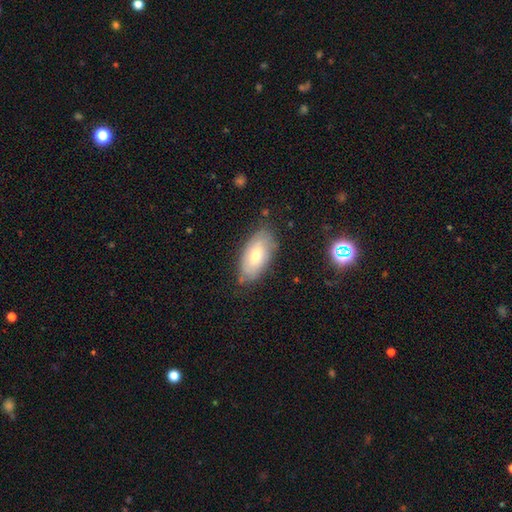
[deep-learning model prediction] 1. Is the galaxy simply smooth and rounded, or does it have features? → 63% smooth, 29% featured or disk, 8% star or artifact.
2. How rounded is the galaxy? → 92% in between, 5% cigar-shaped, 3% round.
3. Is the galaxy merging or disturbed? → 77% none, 18% minor disturbance, 3% major disturbance, 2% merger.